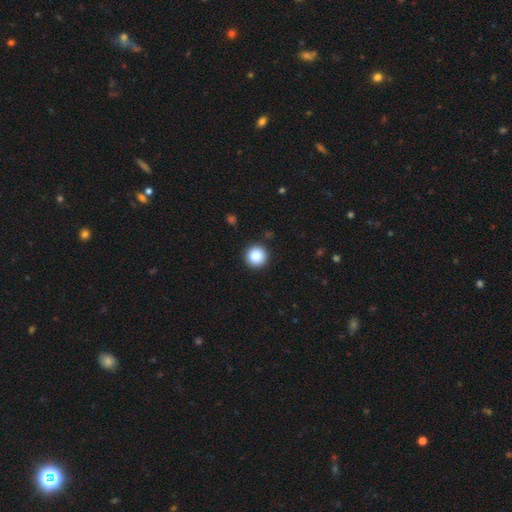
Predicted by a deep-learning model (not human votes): smooth_or_featured: smooth (p=0.84) [alt: star or artifact p=0.09]
how_rounded: round (p=0.96) [alt: in between p=0.03]
merging: none (p=0.92) [alt: minor disturbance p=0.05]